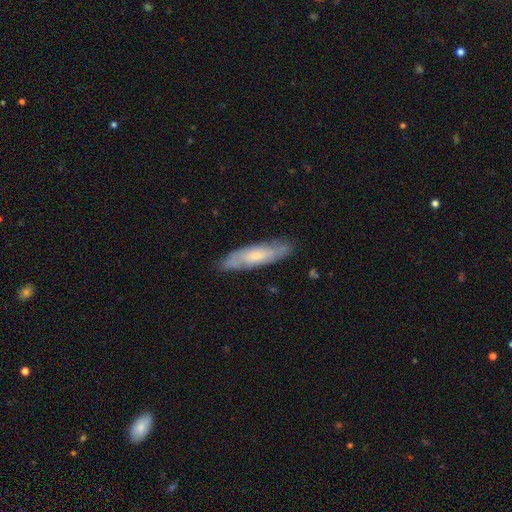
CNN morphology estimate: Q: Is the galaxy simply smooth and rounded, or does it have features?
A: featured or disk — 48%.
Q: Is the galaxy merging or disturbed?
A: none — 81%.